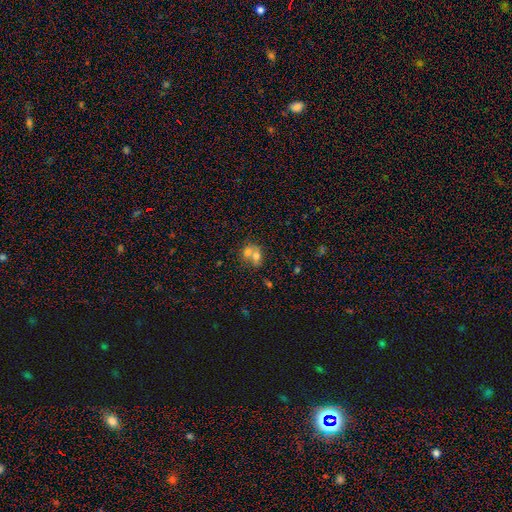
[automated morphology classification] A smooth galaxy with no disk features (64%) that is in between round and cigar-shaped (51%). Merging: merger (70%).